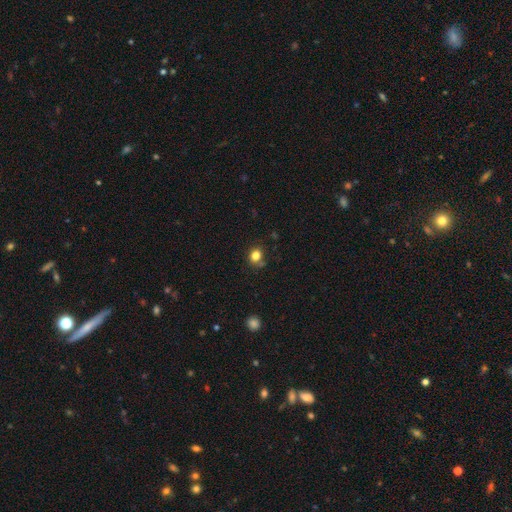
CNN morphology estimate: Smooth or featured: smooth — 81% (star or artifact — 13%)
How rounded: round — 71% (in between — 28%)
Merging: none — 74% (minor disturbance — 17%)